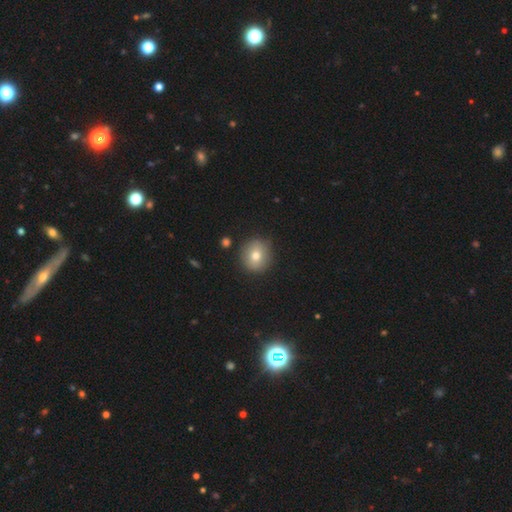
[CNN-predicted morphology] The model was most divided on "smooth or featured": smooth: 75%, featured or disk: 15%, star or artifact: 10%. More confident: how rounded — round (88%); merging — none (88%).